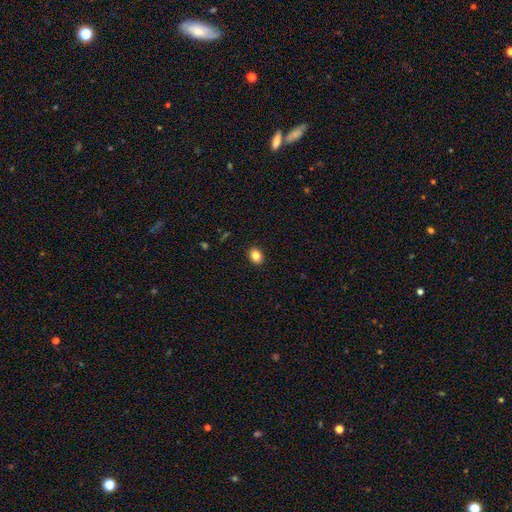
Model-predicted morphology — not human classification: The model was most divided on "how rounded": in between: 53%, round: 46%, cigar-shaped: 1%. More confident: merging — none (91%); smooth or featured — smooth (83%).